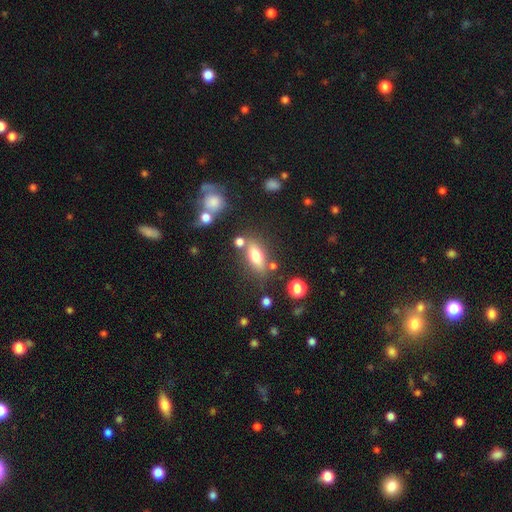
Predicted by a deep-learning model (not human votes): smooth_or_featured: smooth (p=0.64) [alt: featured or disk p=0.26]
how_rounded: in between (p=0.68) [alt: cigar-shaped p=0.26]
merging: none (p=0.71) [alt: minor disturbance p=0.13]